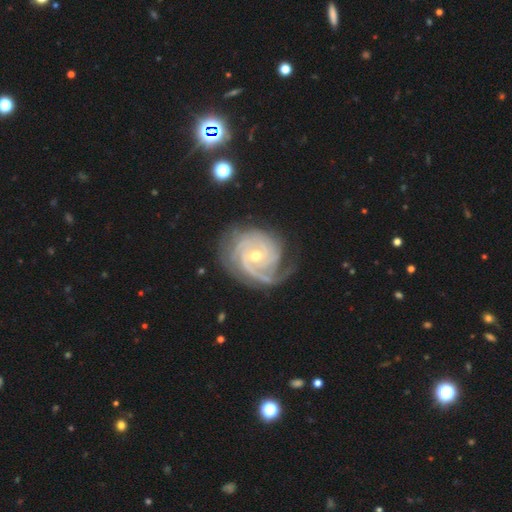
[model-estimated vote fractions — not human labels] smooth-or-featured: featured or disk: 91% | star or artifact: 4% | smooth: 4%
  disk-edge-on: no: 98% | yes: 2%
    bar: no: 57% | weak: 32% | strong: 11%
    has-spiral-arms: yes: 98% | no: 2%
      spiral-winding: tight: 73% | medium: 23% | loose: 4%
      spiral-arm-count: 3: 32% | 2: 27% | can't tell: 18% | 4: 10% | 1: 7% | more than 4: 6%
    bulge-size: small: 50% | moderate: 47% | large: 1% | none: 1% | dominant: 1%
  merging: none: 69% | minor disturbance: 20% | major disturbance: 9% | merger: 2%